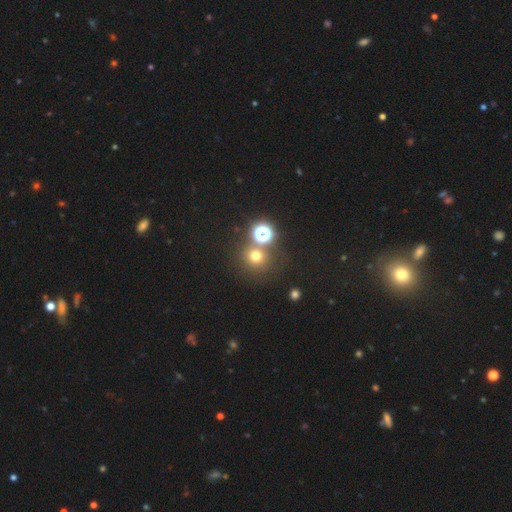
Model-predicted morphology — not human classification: smooth_or_featured: smooth (p=0.66) [alt: star or artifact p=0.26]
how_rounded: round (p=0.91) [alt: in between p=0.08]
merging: none (p=0.73) [alt: merger p=0.15]